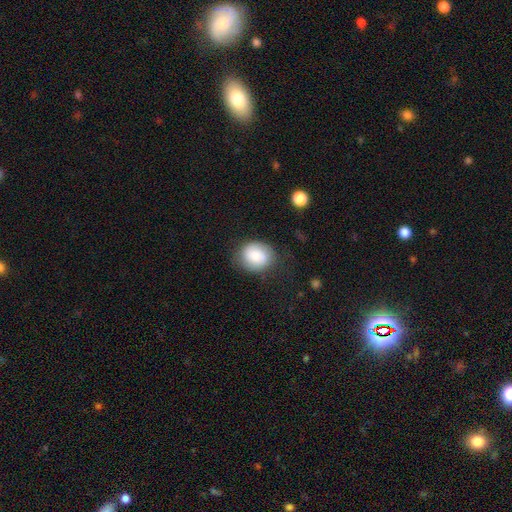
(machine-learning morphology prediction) This is likely a smooth galaxy (77%). How rounded: likely round (69%). Merging: likely none (75%).